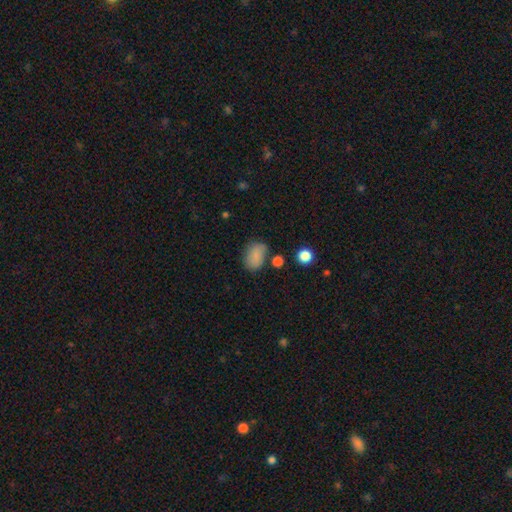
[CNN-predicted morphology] Smooth or featured?
  - smooth: 82% *
  - star or artifact: 10%
  - featured or disk: 8%
How rounded?
  - in between: 80% *
  - round: 19%
  - cigar-shaped: 1%
Merging?
  - none: 67% *
  - minor disturbance: 20%
  - merger: 6%
  - major disturbance: 6%